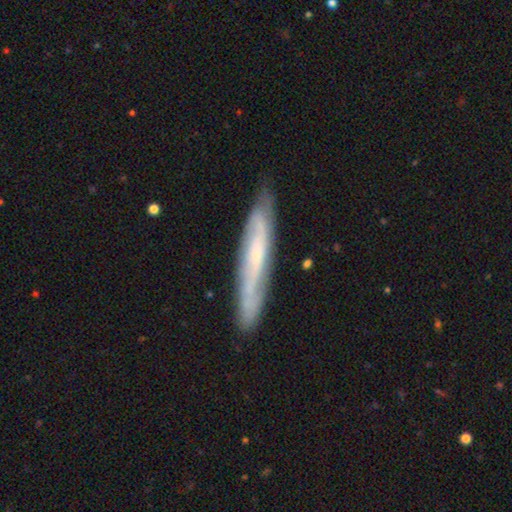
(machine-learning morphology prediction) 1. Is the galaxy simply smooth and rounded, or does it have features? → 66% featured or disk, 28% smooth, 7% star or artifact.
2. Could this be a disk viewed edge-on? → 62% yes, 38% no.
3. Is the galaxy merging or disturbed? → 82% none, 14% minor disturbance, 3% major disturbance, 1% merger.